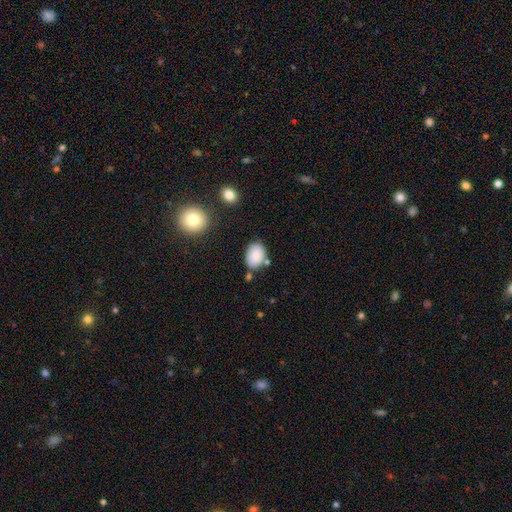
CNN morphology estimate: This appears to be a smooth galaxy with no disk features (87%) that is in between round and cigar-shaped (79%). Merging: none (70%).